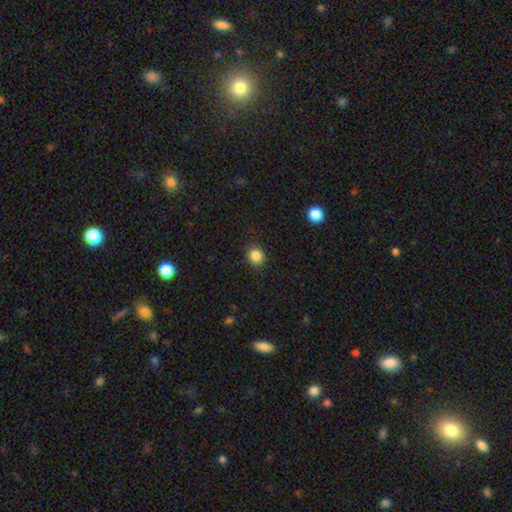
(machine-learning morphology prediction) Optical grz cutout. It shows a smooth galaxy with no disk features (85%) that is round (87%). Merging: none (90%).